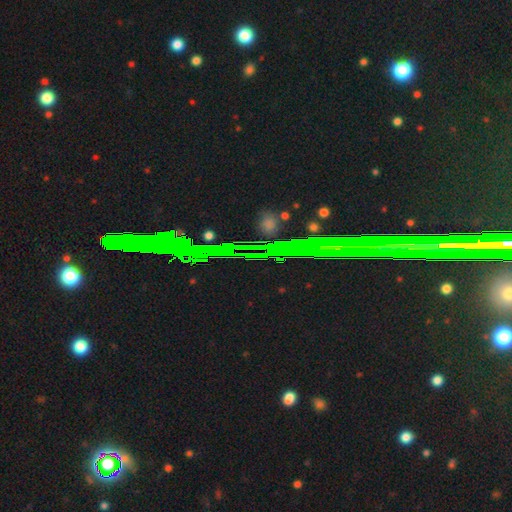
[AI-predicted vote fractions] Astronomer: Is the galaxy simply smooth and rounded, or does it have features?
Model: star or artifact — 73%.